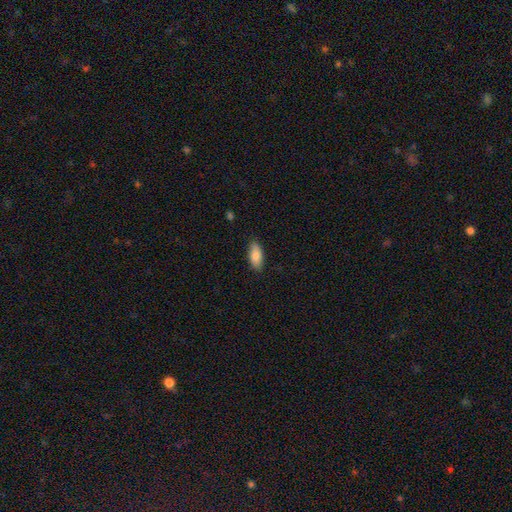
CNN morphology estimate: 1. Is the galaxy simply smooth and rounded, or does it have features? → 85% smooth, 9% featured or disk, 6% star or artifact.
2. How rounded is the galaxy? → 86% in between, 12% cigar-shaped, 2% round.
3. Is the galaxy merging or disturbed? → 85% none, 12% minor disturbance, 2% major disturbance, 1% merger.